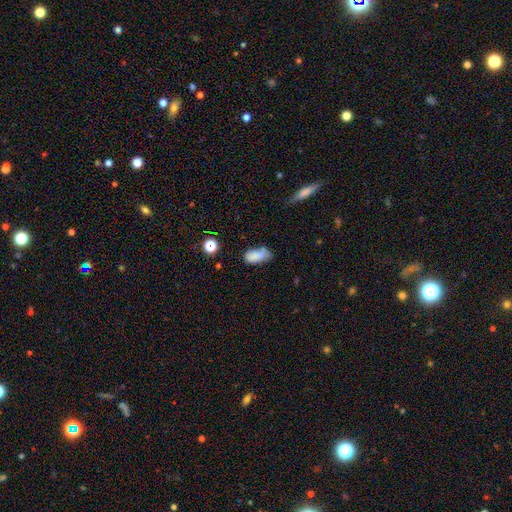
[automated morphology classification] Q: Smooth or featured?
A: smooth (80%); runner-up: star or artifact (11%)
Q: How rounded?
A: in between (90%); runner-up: cigar-shaped (6%)
Q: Merging?
A: none (52%); runner-up: minor disturbance (32%)